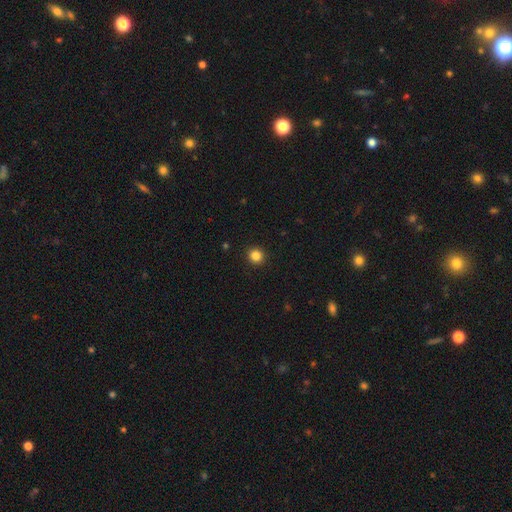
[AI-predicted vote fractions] Smooth or featured? smooth (85%)
How rounded? round (92%)
Merging? none (93%)